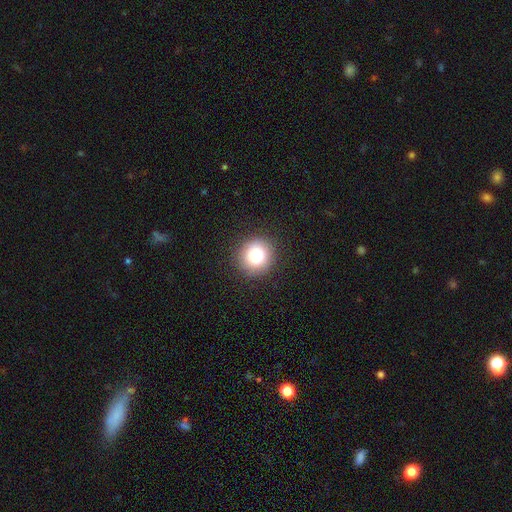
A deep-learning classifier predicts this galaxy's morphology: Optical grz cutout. It shows a smooth galaxy with no disk features (82%) that is round (91%). Merging: none (90%).